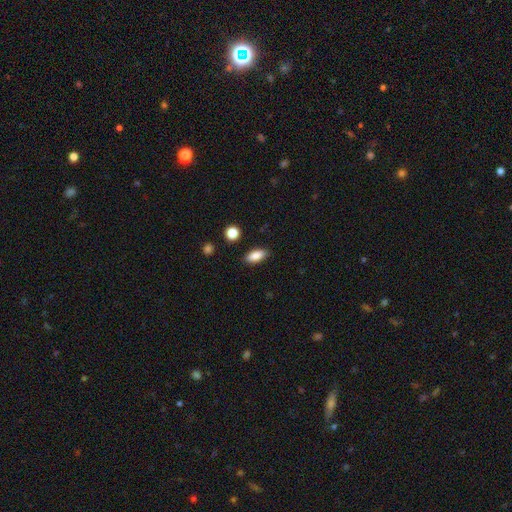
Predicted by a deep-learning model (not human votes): Overall: smooth (87%). How rounded: in between (85%). Merging: none (88%).